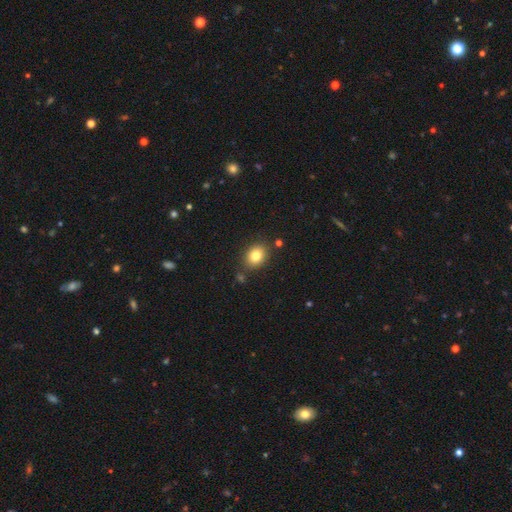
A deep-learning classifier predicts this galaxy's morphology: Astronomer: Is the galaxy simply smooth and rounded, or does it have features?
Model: smooth — 82%.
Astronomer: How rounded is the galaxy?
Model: in between — 55% (runner-up: round, 44%).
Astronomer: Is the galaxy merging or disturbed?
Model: none — 82%.